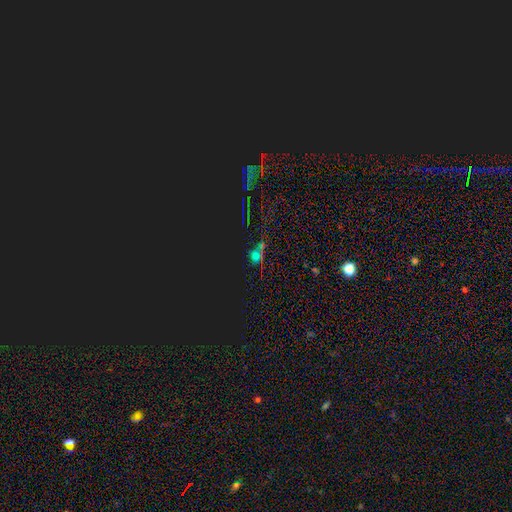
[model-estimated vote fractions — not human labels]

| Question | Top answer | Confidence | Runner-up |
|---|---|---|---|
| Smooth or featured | star or artifact | 66% | smooth (26%) |